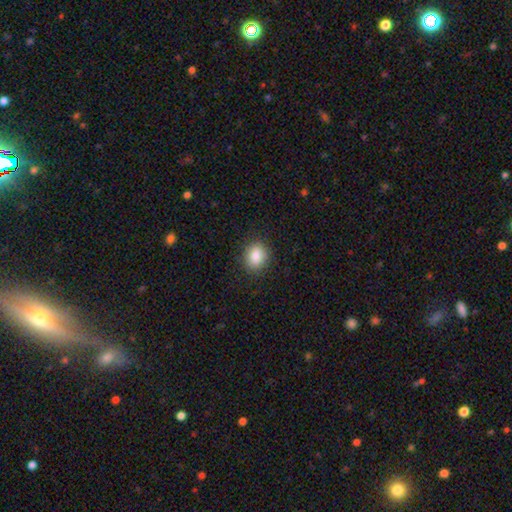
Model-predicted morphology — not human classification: The model was most divided on "how rounded": round: 53%, in between: 45%, cigar-shaped: 1%. More confident: merging — none (87%); smooth or featured — smooth (86%).